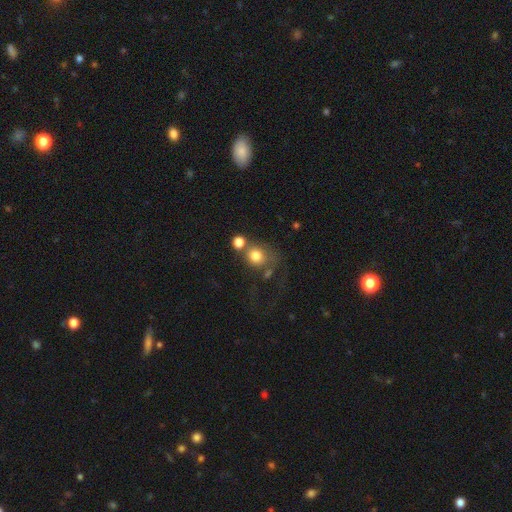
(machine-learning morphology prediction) type=smooth (76%); roundness=round (80%); merging=none (43%).